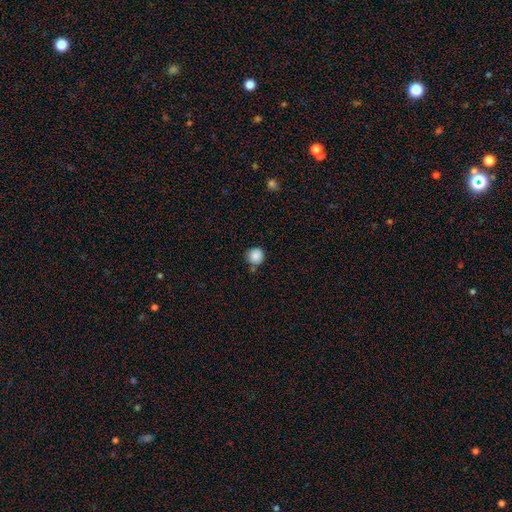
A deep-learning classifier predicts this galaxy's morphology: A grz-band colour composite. It shows a smooth galaxy with no disk features (87%) that is round (94%). Merging: none (75%).